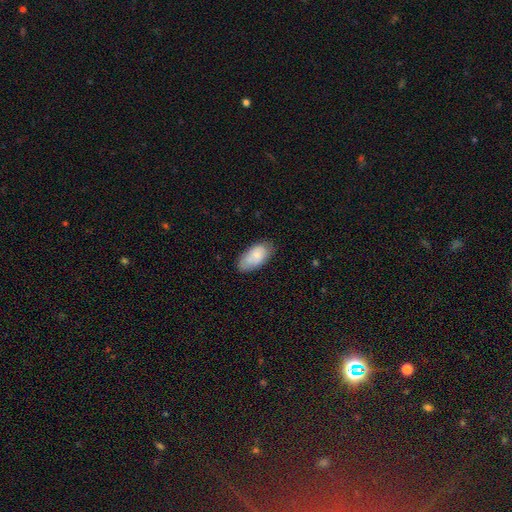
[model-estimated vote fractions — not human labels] Q: Smooth or featured?
A: smooth (76%); runner-up: featured or disk (17%)
Q: How rounded?
A: in between (94%); runner-up: cigar-shaped (3%)
Q: Merging?
A: none (69%); runner-up: minor disturbance (23%)